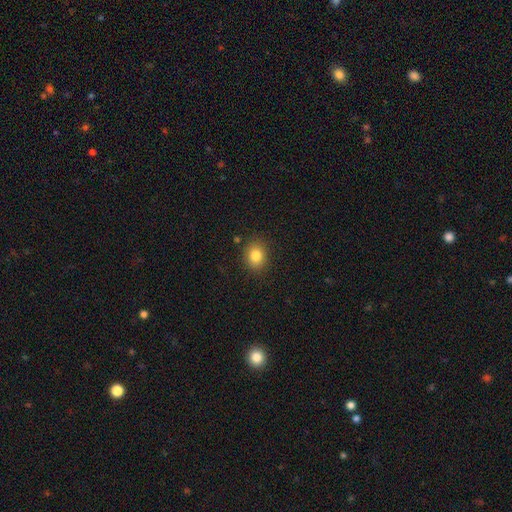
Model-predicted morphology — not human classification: The model was most divided on "how rounded": round: 58%, in between: 41%, cigar-shaped: 1%. More confident: merging — none (87%); smooth or featured — smooth (83%).